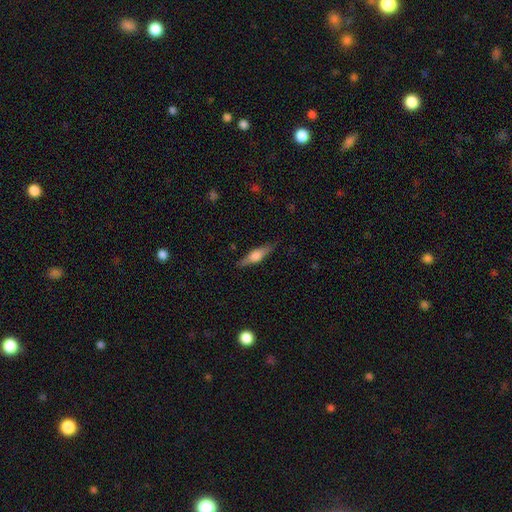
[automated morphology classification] Overall: featured or disk (58%; smooth 36%). Edge-on disk: yes (95%). Edge-on bulge: rounded (86%). Merging: none (86%).